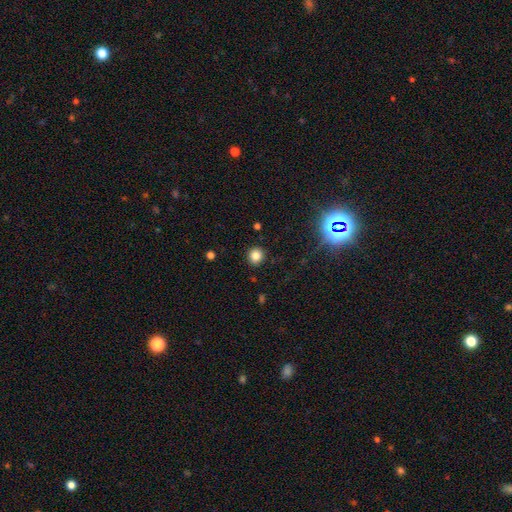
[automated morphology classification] Smooth or featured: smooth — 82% (star or artifact — 13%)
How rounded: round — 87% (in between — 12%)
Merging: none — 90% (minor disturbance — 7%)